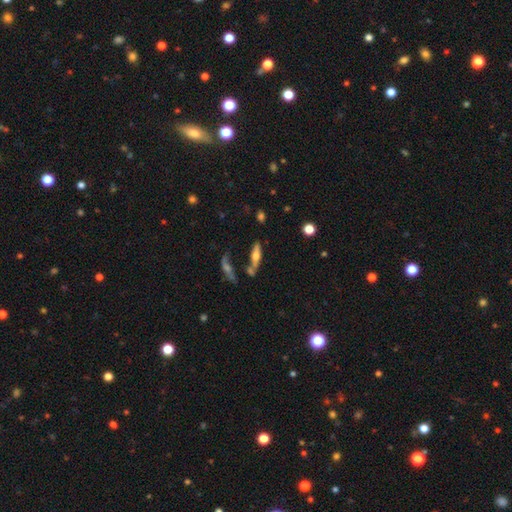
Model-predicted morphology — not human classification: smooth-or-featured: featured or disk: 49% | smooth: 42% | star or artifact: 9%
  merging: none: 46% | merger: 26% | minor disturbance: 18% | major disturbance: 10%